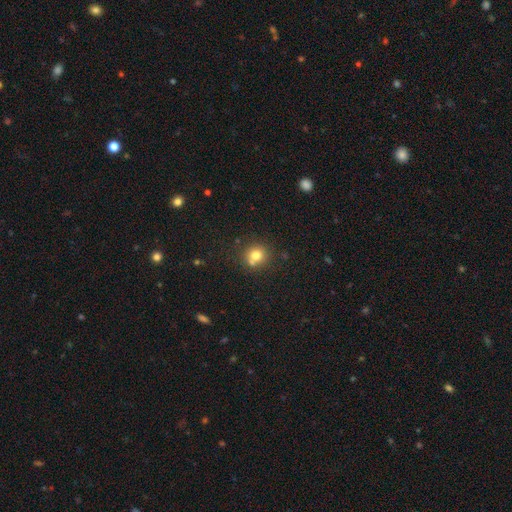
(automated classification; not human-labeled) The model was most divided on "merging": none: 67%, merger: 19%, minor disturbance: 11%, major disturbance: 3%. More confident: how rounded — round (87%); smooth or featured — smooth (77%).